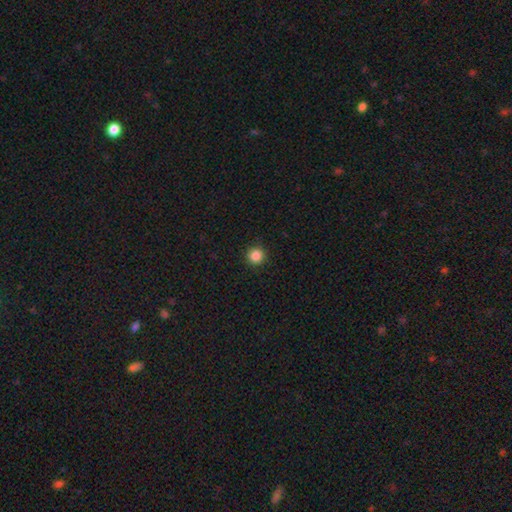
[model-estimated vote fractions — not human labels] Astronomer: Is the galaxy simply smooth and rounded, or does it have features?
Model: smooth — 86%.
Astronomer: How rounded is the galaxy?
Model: round — 95%.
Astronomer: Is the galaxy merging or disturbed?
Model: none — 93%.